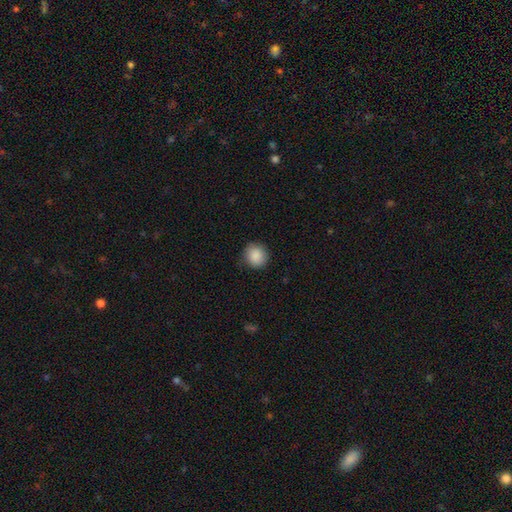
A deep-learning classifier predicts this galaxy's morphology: Smooth or featured? smooth (89%)
How rounded? round (87%)
Merging? none (85%)